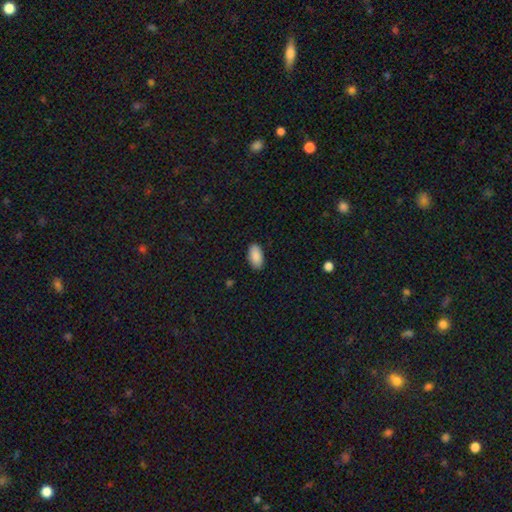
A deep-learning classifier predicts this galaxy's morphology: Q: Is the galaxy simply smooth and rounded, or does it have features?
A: smooth — 90%.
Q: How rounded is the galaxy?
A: in between — 95%.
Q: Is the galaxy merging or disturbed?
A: none — 88%.